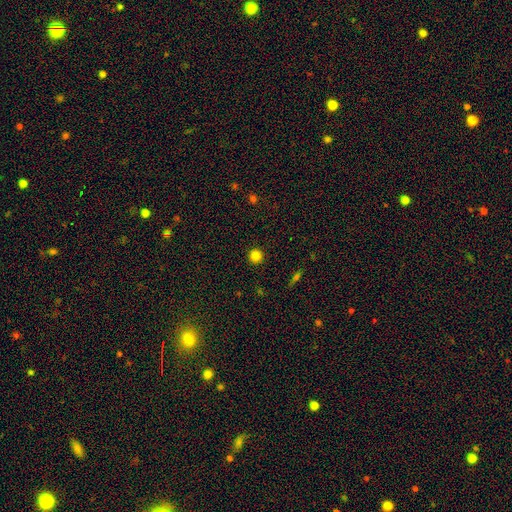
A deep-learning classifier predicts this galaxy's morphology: smooth_or_featured: smooth (p=0.83) [alt: star or artifact p=0.13]
how_rounded: round (p=0.95) [alt: in between p=0.04]
merging: none (p=0.92) [alt: minor disturbance p=0.05]